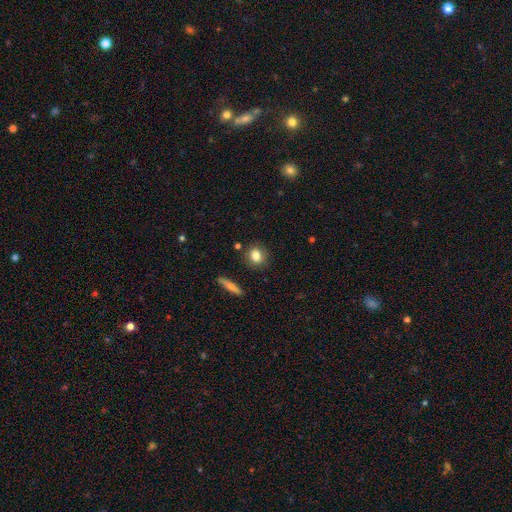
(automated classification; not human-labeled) The model was most divided on "how rounded": round: 72%, in between: 25%, cigar-shaped: 3%. More confident: merging — none (85%); smooth or featured — smooth (81%).